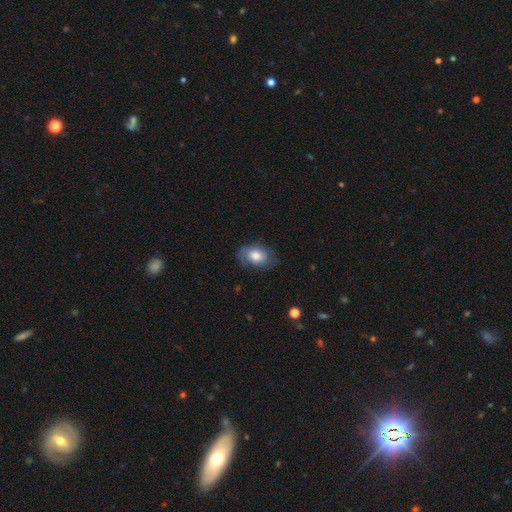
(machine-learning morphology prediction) Smooth or featured? Predicted: smooth (p=0.61). How rounded? Predicted: in between (p=0.77). Merging? Predicted: none (p=0.65).